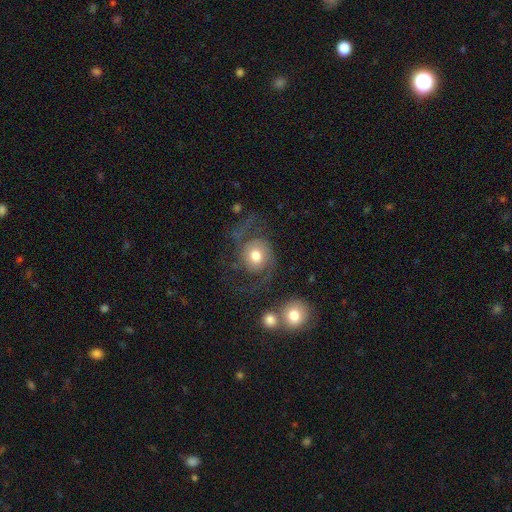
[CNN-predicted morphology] Smooth or featured: featured or disk — 73% (smooth — 20%)
Edge-on disk: no — 98% (yes — 2%)
Bar: no — 75% (weak — 21%)
Spiral arms: yes — 94% (no — 6%)
Spiral winding: loose — 43% (tied with medium — 43%)
Spiral arm count: 2 — 89% (1 — 3%)
Bulge size: moderate — 62% (large — 24%)
Merging: none — 56% (major disturbance — 21%)